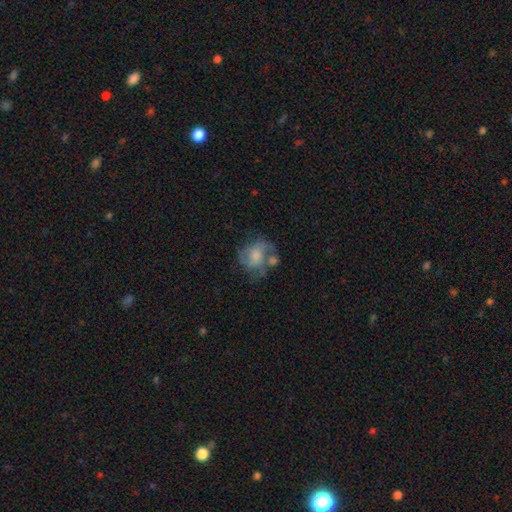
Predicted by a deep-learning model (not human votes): Q: Smooth or featured?
A: featured or disk (58%); runner-up: smooth (34%)
Q: Edge-on disk?
A: no (98%); runner-up: yes (2%)
Q: Bar?
A: no (71%); runner-up: weak (25%)
Q: Spiral arms?
A: yes (74%); runner-up: no (26%)
Q: Bulge size?
A: moderate (39%); runner-up: small (24%)
Q: Merging?
A: none (38%); runner-up: major disturbance (22%)